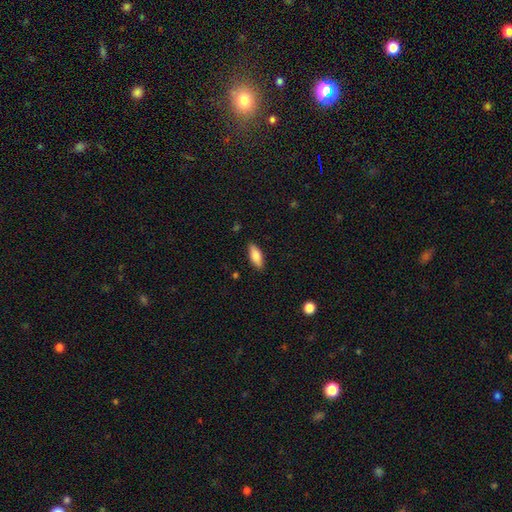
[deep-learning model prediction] Morphology: type=smooth (80%); roundness=in between (74%); merging=none (87%).